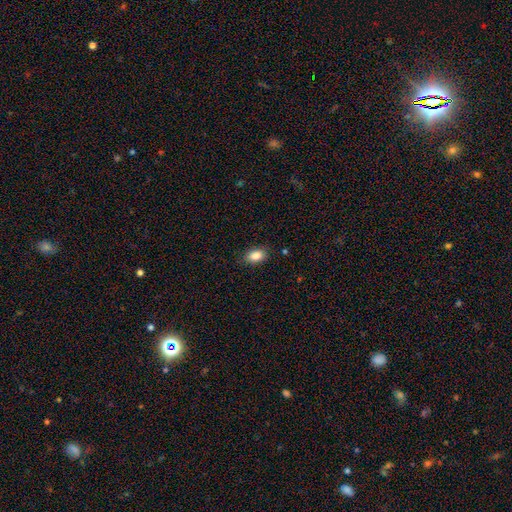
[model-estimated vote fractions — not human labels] This is clearly a smooth galaxy (86%). How rounded: clearly in between (86%). Merging: clearly none (84%).